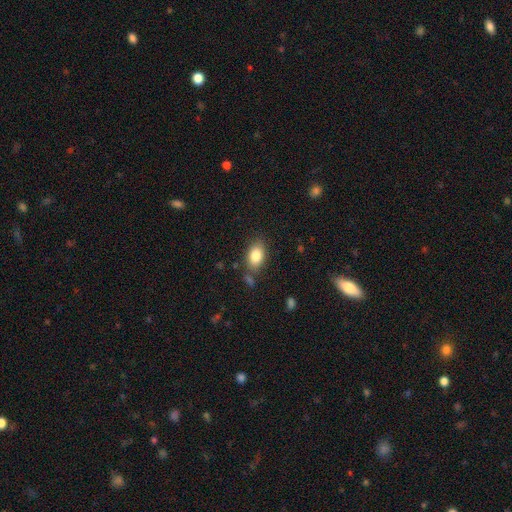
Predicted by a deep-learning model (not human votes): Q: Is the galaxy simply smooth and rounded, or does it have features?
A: smooth — 83%.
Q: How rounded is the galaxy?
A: in between — 87%.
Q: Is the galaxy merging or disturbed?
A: none — 77%.